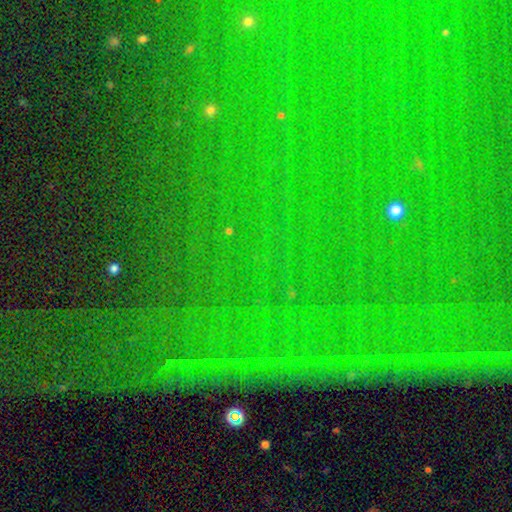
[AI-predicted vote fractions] star or artifact 86%, smooth 8%, featured or disk 7%.